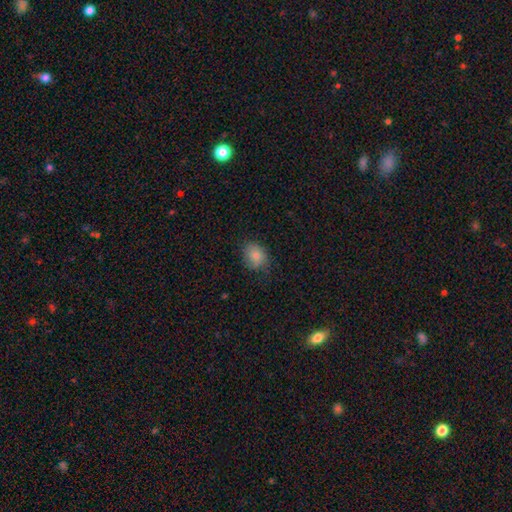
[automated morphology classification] This is clearly a smooth galaxy (82%). How rounded: possibly in between (51%). Merging: likely none (69%).